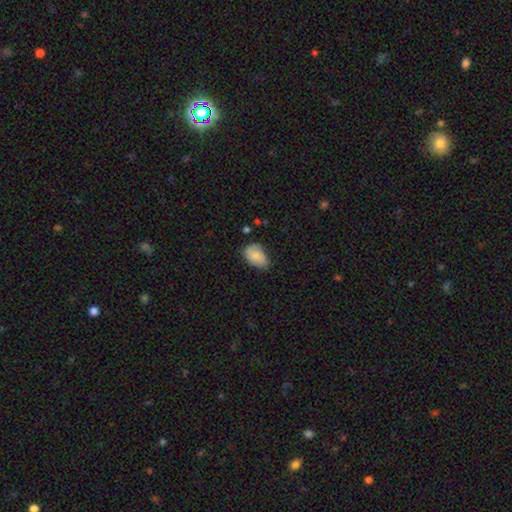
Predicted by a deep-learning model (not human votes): Smooth or featured?
  - smooth: 74% *
  - featured or disk: 18%
  - star or artifact: 7%
How rounded?
  - in between: 87% *
  - round: 11%
  - cigar-shaped: 1%
Merging?
  - none: 56% *
  - minor disturbance: 34%
  - major disturbance: 7%
  - merger: 2%